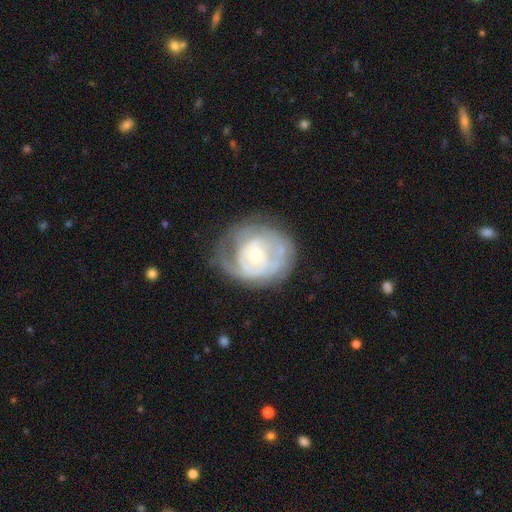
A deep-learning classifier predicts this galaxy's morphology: Smooth or featured: featured or disk — 73% (smooth — 21%)
Edge-on disk: no — 97% (yes — 3%)
Bar: no — 75% (weak — 20%)
Spiral arms: yes — 72% (no — 28%)
Spiral winding: tight — 65% (medium — 24%)
Spiral arm count: can't tell — 51% (2 — 23%)
Bulge size: small — 60% (moderate — 36%)
Merging: none — 56% (minor disturbance — 25%)